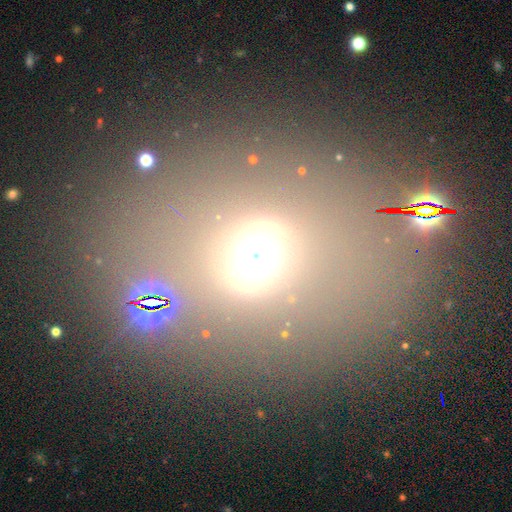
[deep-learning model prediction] Smooth or featured?
  - smooth: 51% *
  - star or artifact: 31%
  - featured or disk: 18%
How rounded?
  - round: 55% *
  - in between: 42%
  - cigar-shaped: 3%
Merging?
  - none: 72% *
  - minor disturbance: 12%
  - major disturbance: 8%
  - merger: 8%